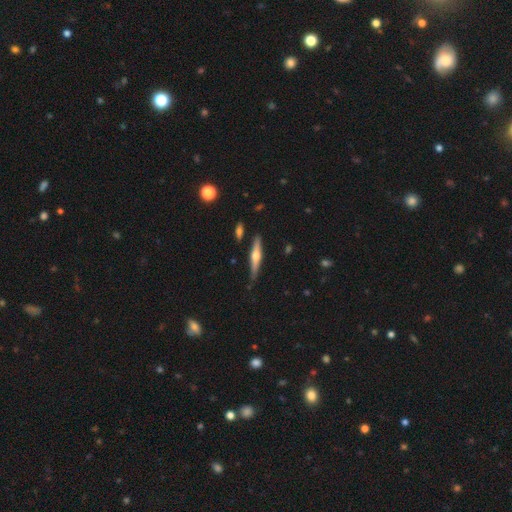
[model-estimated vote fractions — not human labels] The model was most divided on "smooth or featured": featured or disk: 66%, smooth: 28%, star or artifact: 6%. More confident: edge-on disk — yes (97%); edge-on bulge — rounded (92%); merging — none (84%).